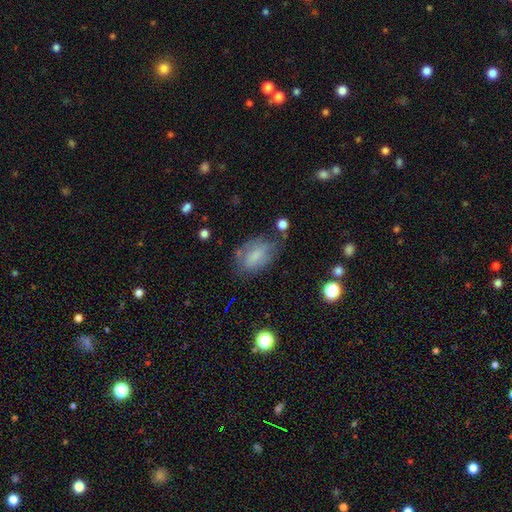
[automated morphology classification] A smooth galaxy with no disk features (69%) that is in between round and cigar-shaped (84%).

Vote fractions:
- Smooth or featured? smooth: 69% / featured or disk: 22% / star or artifact: 10%
- How rounded? in between: 84% / round: 13% / cigar-shaped: 2%
- Merging? none: 55% / minor disturbance: 28% / major disturbance: 13% / merger: 4%